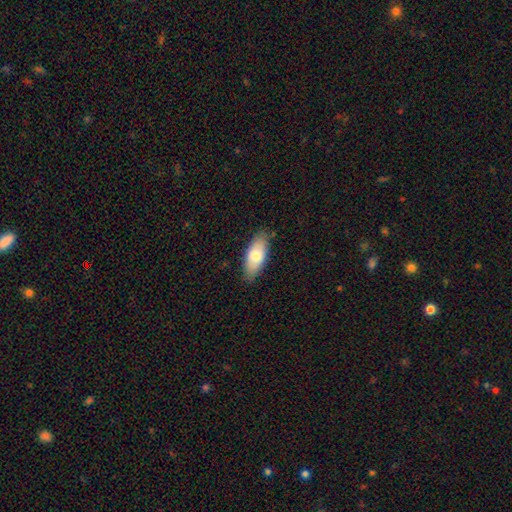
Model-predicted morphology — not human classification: Smooth or featured? Predicted: smooth (p=0.76). How rounded? Predicted: in between (p=0.84). Merging? Predicted: none (p=0.83).